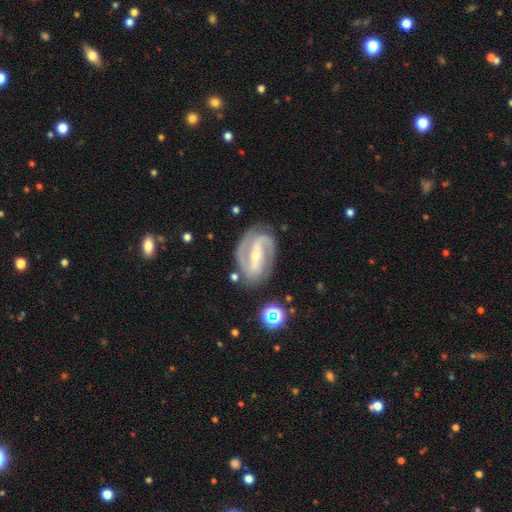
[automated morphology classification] Smooth or featured? featured or disk (89%)
Edge-on disk? no (96%)
Bar? strong (62%)
Spiral arms? yes (96%)
Spiral winding? medium (47%)
Spiral arm count? 2 (87%)
Bulge size? small (64%)
Merging? none (78%)